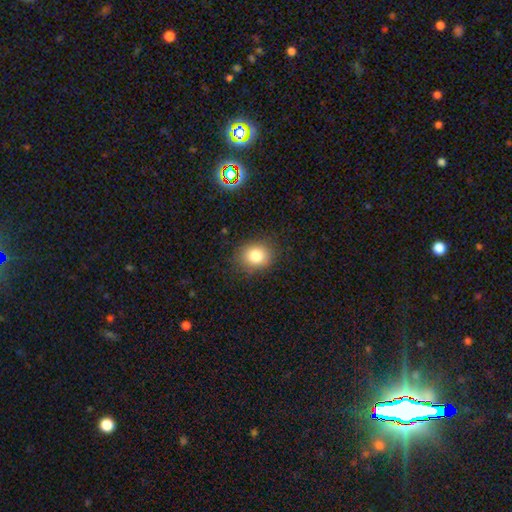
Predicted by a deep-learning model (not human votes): Smooth or featured?
  - smooth: 81% *
  - star or artifact: 11%
  - featured or disk: 8%
How rounded?
  - round: 65% *
  - in between: 35%
  - cigar-shaped: 1%
Merging?
  - none: 85% *
  - minor disturbance: 11%
  - major disturbance: 3%
  - merger: 1%